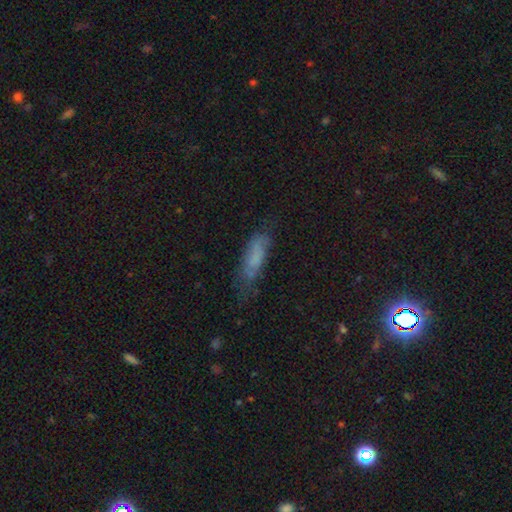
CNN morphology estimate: smooth 63%, featured or disk 26%, star or artifact 11%. Down the decision tree: how rounded — cigar-shaped (52%); merging — none (51%).